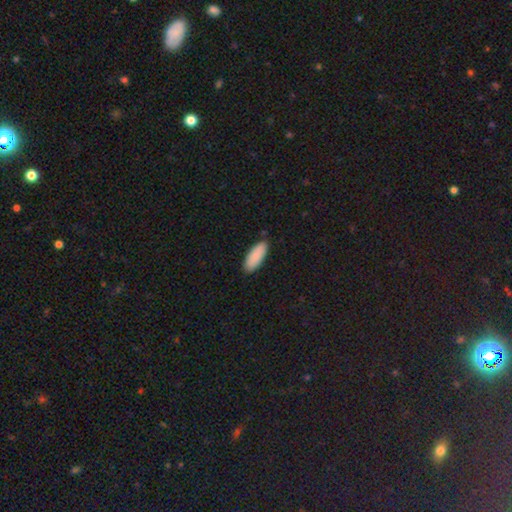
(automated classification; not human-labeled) Smooth or featured: smooth — 89% (star or artifact — 6%)
How rounded: in between — 81% (cigar-shaped — 18%)
Merging: none — 86% (minor disturbance — 11%)